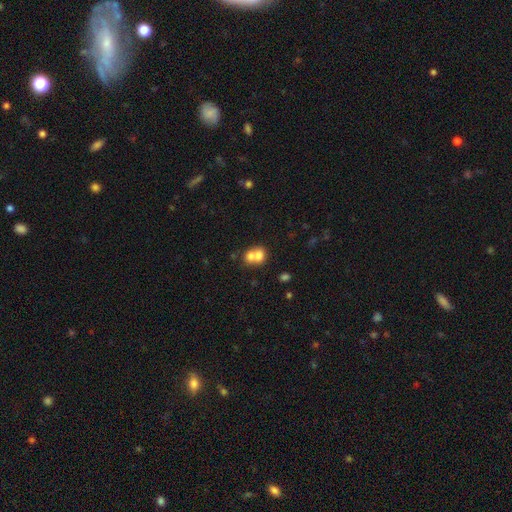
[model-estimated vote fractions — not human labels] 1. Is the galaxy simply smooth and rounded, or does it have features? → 69% smooth, 21% featured or disk, 10% star or artifact.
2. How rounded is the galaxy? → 63% round, 36% in between, 1% cigar-shaped.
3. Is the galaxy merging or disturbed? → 71% merger, 21% none, 5% minor disturbance, 3% major disturbance.